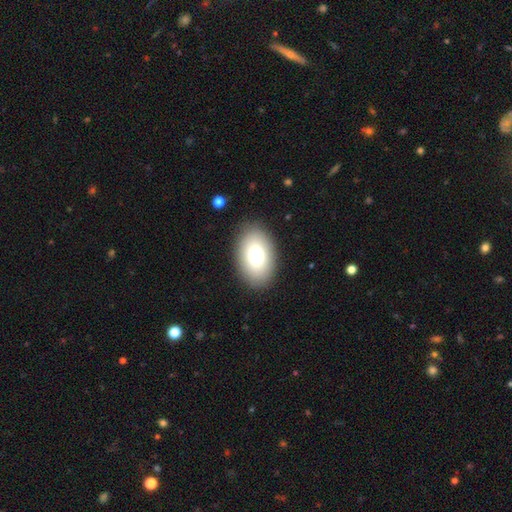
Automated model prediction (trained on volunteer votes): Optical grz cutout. It shows a smooth galaxy with no disk features (76%) that is in between round and cigar-shaped (88%). Merging: none (88%).